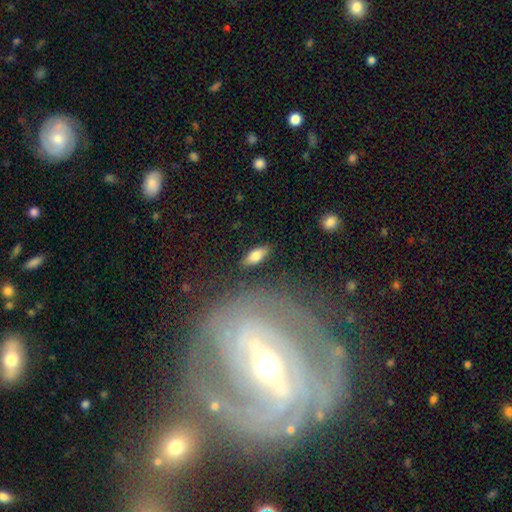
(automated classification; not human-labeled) Smooth or featured: smooth — 76% (featured or disk — 16%)
How rounded: in between — 78% (cigar-shaped — 20%)
Merging: none — 85% (minor disturbance — 10%)